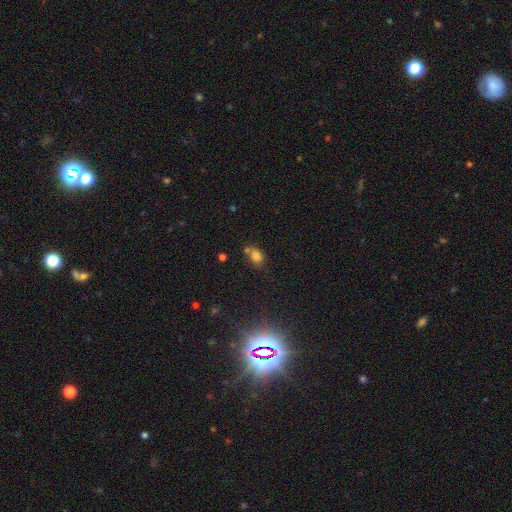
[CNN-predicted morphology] The model was most divided on "merging": none: 52%, merger: 22%, minor disturbance: 19%, major disturbance: 6%. More confident: smooth or featured — smooth (78%); how rounded — in between (68%).